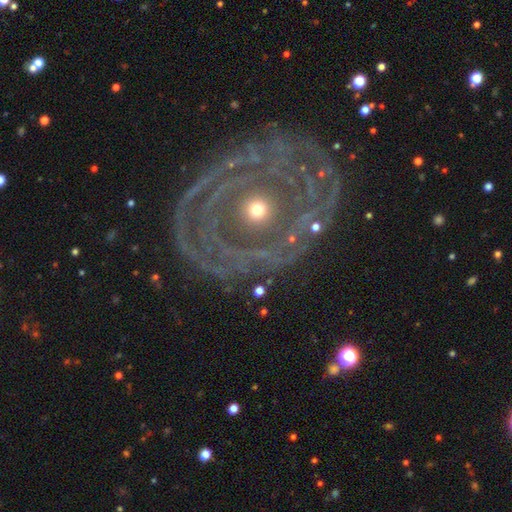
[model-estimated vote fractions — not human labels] The model was most divided on "bulge size": small: 50%, moderate: 45%, large: 3%, dominant: 1%, none: 1%. Remaining: edge-on disk — no (96%); smooth or featured — featured or disk (85%); spiral arms — yes (81%); bar — no (80%); spiral winding — tight (79%); merging — none (77%); spiral arm count — can't tell (35%).